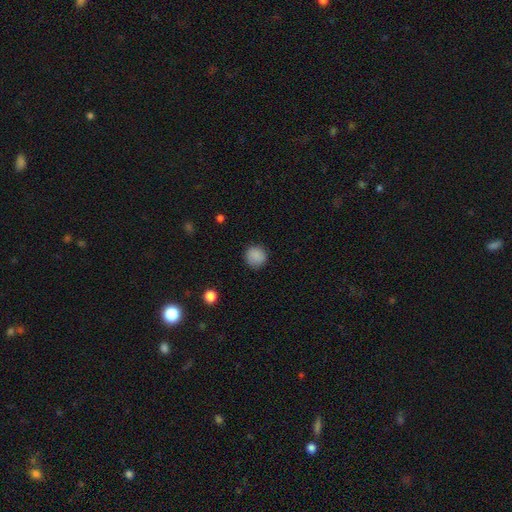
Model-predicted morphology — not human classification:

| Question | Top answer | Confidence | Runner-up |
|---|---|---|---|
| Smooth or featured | smooth | 87% | star or artifact (9%) |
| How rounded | round | 91% | in between (8%) |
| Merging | none | 87% | minor disturbance (9%) |